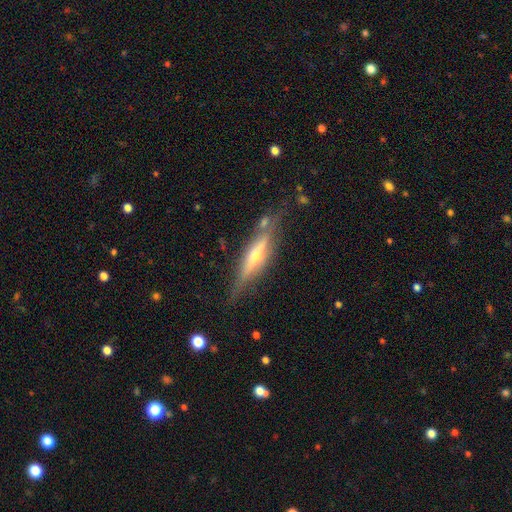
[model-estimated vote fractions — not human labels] featured or disk 73%, smooth 20%, star or artifact 7%. Down the decision tree: edge-on disk — yes (94%); edge-on bulge — rounded (85%); merging — none (76%).